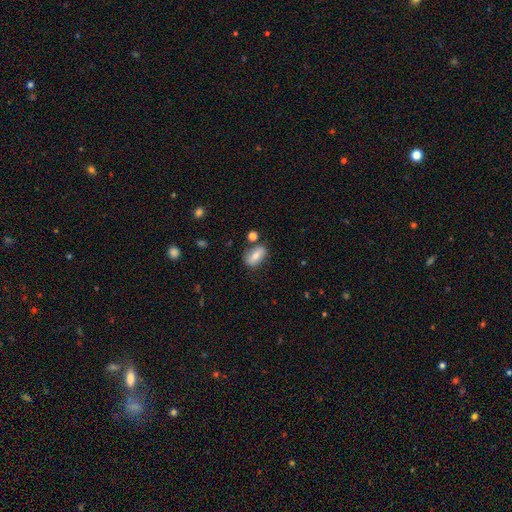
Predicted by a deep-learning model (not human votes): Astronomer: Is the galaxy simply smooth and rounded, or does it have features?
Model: smooth — 67%.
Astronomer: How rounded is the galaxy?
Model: in between — 82%.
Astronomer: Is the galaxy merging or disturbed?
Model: none — 73%.